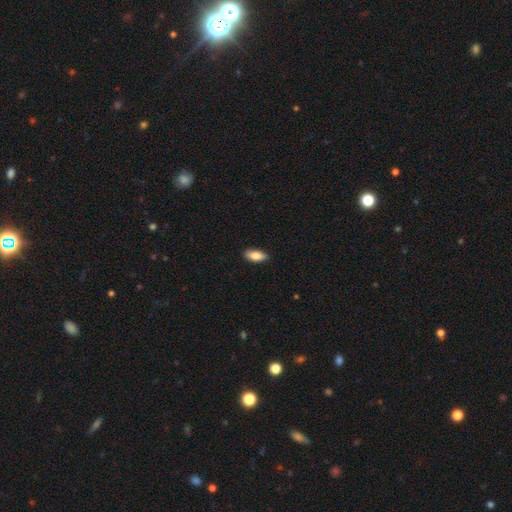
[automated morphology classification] smooth 83%, featured or disk 11%, star or artifact 6%. Down the decision tree: how rounded — in between (85%); merging — none (88%).